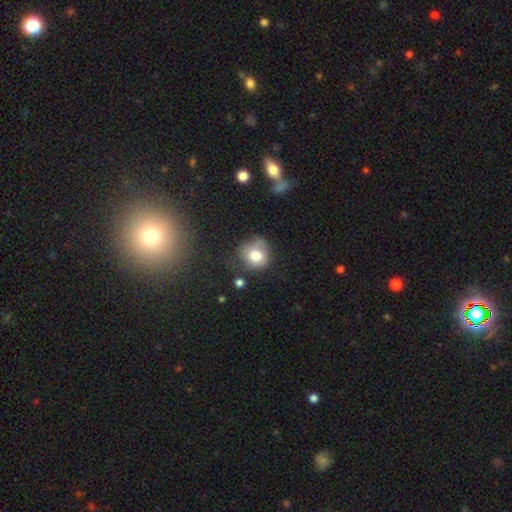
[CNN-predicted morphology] type=smooth (76%); roundness=round (78%); merging=none (54%).